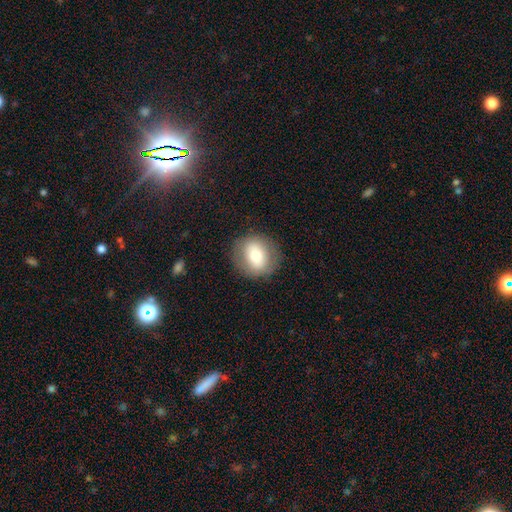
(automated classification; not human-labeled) Smooth or featured? Predicted: smooth (p=0.68). How rounded? Predicted: round (p=0.73). Merging? Predicted: none (p=0.84).